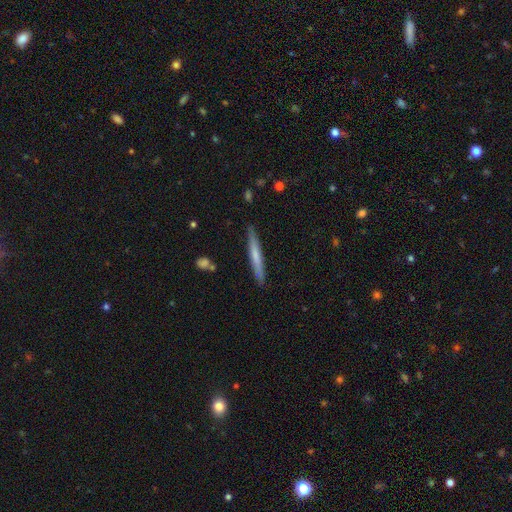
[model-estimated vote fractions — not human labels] Morphology: type=smooth (58%); roundness=cigar-shaped (96%); merging=none (88%).